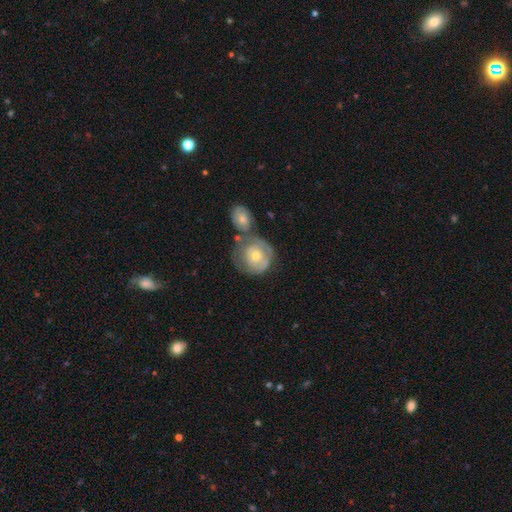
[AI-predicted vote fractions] Smooth or featured? Predicted: featured or disk (p=0.48). Merging? Predicted: merger (p=0.37).